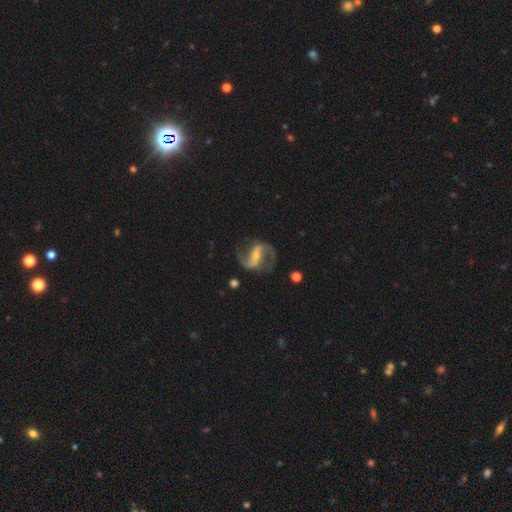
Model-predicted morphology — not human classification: featured or disk 90%, star or artifact 5%, smooth 5%. Down the decision tree: edge-on disk — no (97%); bar — strong (55%); spiral arms — yes (96%); spiral arm count — 2 (93%); spiral winding — medium (47%); bulge size — small (57%); merging — none (79%).